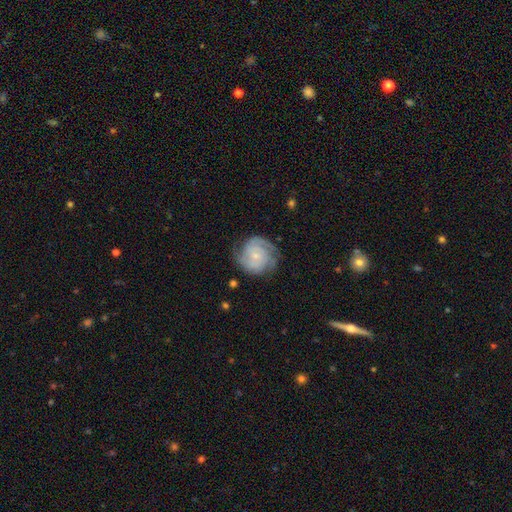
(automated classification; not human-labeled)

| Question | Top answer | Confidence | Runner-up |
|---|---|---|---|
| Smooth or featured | featured or disk | 80% | smooth (14%) |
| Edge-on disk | no | 98% | yes (2%) |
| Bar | no | 73% | weak (23%) |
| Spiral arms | yes | 95% | no (5%) |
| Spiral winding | tight | 60% | medium (31%) |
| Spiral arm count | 2 | 39% | 3 (25%) |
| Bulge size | small | 75% | moderate (18%) |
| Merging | none | 73% | minor disturbance (18%) |